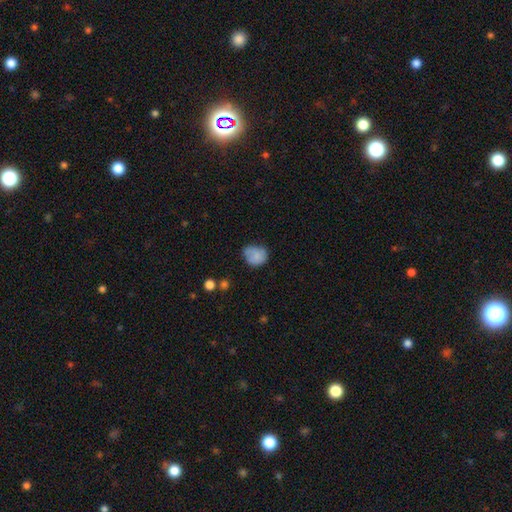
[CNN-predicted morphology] Smooth or featured?
  - smooth: 75% *
  - featured or disk: 16%
  - star or artifact: 9%
How rounded?
  - round: 61% *
  - in between: 38%
  - cigar-shaped: 1%
Merging?
  - none: 50% *
  - minor disturbance: 34%
  - major disturbance: 12%
  - merger: 4%